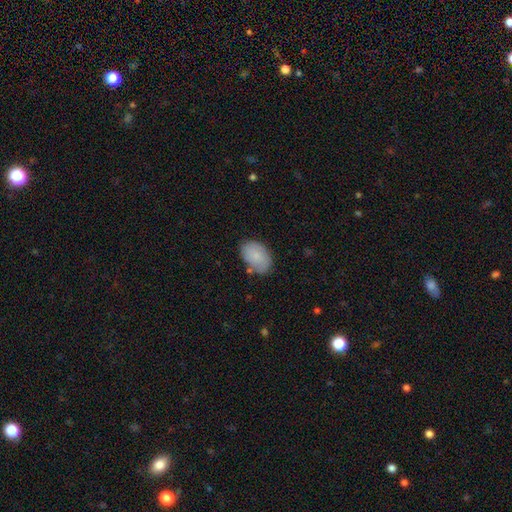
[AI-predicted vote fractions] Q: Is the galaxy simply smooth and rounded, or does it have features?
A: smooth — 80%.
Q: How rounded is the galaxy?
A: in between — 87%.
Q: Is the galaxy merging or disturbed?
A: none — 74%.